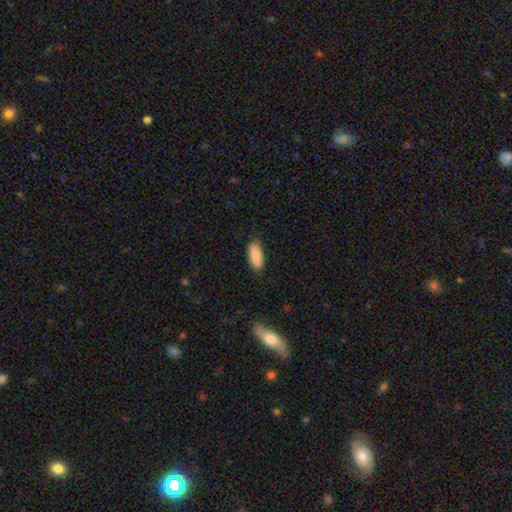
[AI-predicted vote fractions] Smooth or featured? smooth (86%)
How rounded? in between (80%)
Merging? none (85%)